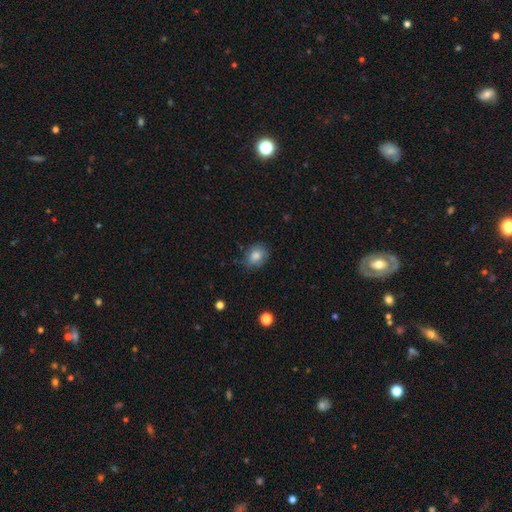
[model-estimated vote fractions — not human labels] Q: Smooth or featured?
A: smooth (81%); runner-up: featured or disk (9%)
Q: How rounded?
A: round (50%); runner-up: in between (49%)
Q: Merging?
A: none (73%); runner-up: minor disturbance (20%)